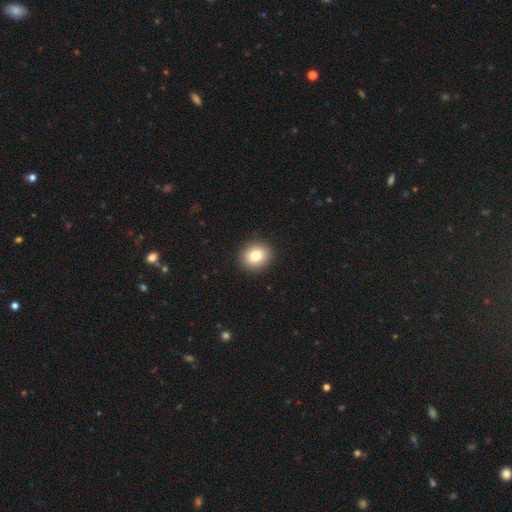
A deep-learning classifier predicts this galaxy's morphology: Q: Smooth or featured?
A: smooth (81%); runner-up: star or artifact (10%)
Q: How rounded?
A: round (77%); runner-up: in between (22%)
Q: Merging?
A: none (92%); runner-up: minor disturbance (5%)